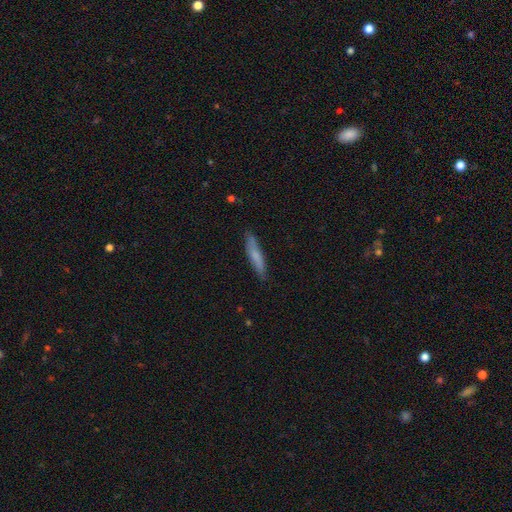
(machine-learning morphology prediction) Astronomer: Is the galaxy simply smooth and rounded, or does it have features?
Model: smooth — 71%.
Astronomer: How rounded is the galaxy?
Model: cigar-shaped — 89%.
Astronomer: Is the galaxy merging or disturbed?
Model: none — 85%.